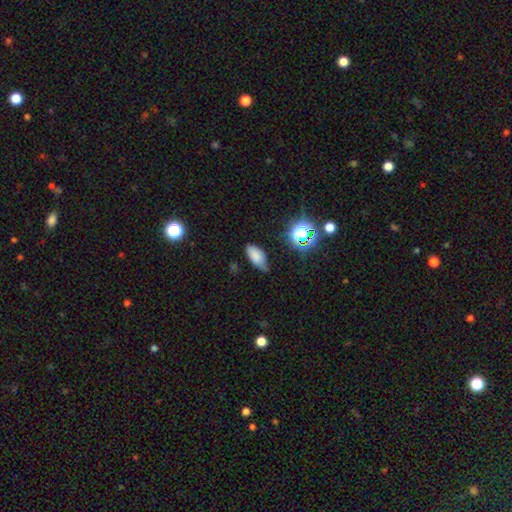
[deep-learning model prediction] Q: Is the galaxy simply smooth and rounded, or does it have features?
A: smooth — 75%.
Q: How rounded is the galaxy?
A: in between — 90%.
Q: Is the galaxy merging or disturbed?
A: none — 54%.